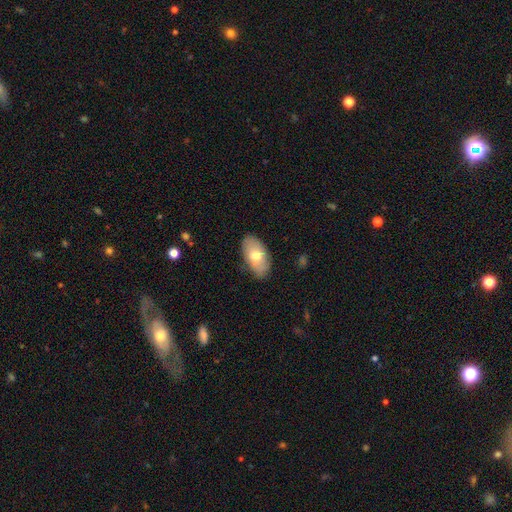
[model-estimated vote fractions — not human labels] The model was most divided on "smooth or featured": smooth: 68%, featured or disk: 26%, star or artifact: 6%. More confident: how rounded — in between (94%); merging — none (82%).